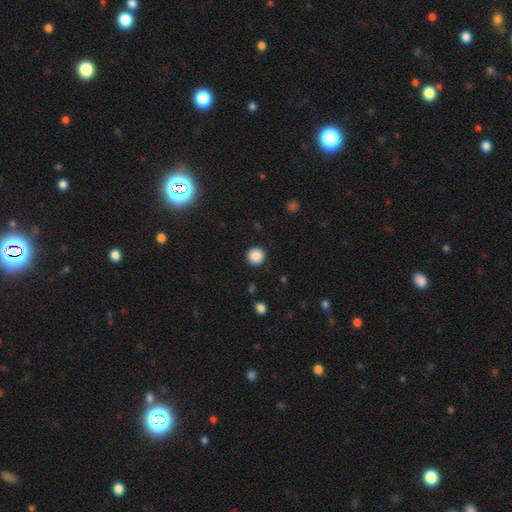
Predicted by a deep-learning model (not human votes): smooth 88%, star or artifact 10%, featured or disk 3%. Down the decision tree: how rounded — round (95%); merging — none (92%).